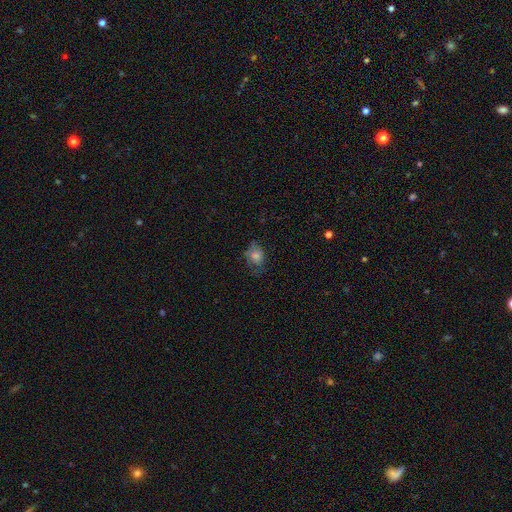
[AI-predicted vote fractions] Smooth or featured? smooth (72%)
How rounded? in between (50%)
Merging? none (61%)